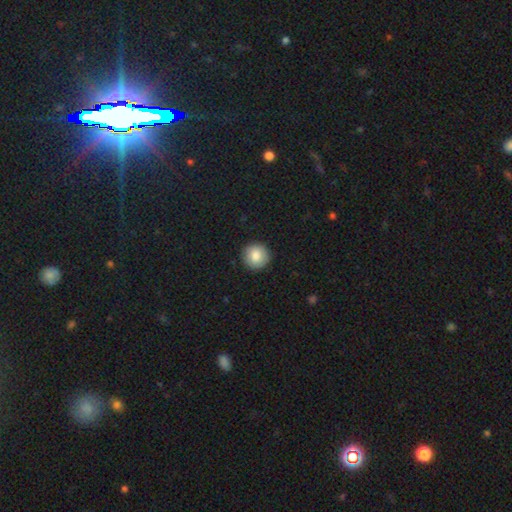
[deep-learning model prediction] Smooth or featured? Predicted: smooth (p=0.85). How rounded? Predicted: round (p=0.95). Merging? Predicted: none (p=0.92).